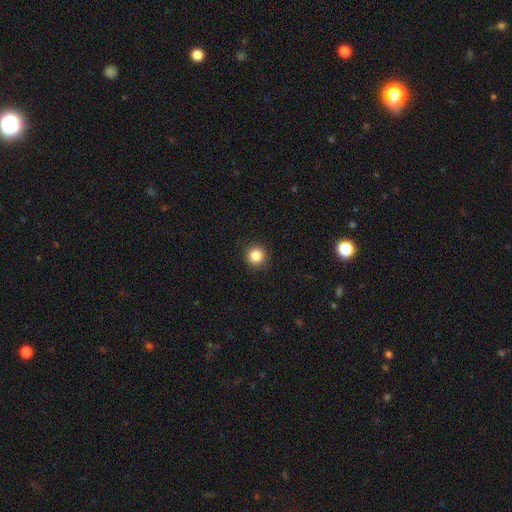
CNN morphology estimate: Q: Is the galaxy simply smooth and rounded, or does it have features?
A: smooth — 85%.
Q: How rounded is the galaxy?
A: round — 95%.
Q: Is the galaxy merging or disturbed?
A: none — 92%.